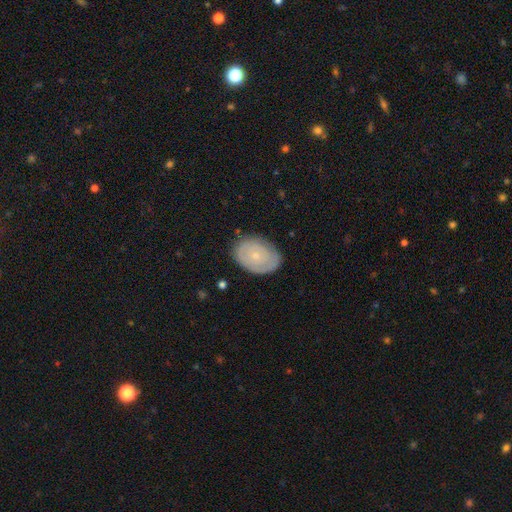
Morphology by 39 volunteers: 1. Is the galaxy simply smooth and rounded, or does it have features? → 69% featured or disk, 28% smooth, 3% star or artifact.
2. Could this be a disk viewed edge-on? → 96% no, 4% yes.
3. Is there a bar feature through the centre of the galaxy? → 85% no, 15% weak, 0% strong.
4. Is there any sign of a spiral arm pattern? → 62% yes, 38% no.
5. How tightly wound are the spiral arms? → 81% tight, 19% medium, 0% loose.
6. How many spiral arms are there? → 56% can't tell, 31% 2, 6% 1, 6% 3, 0% 4, 0% more than 4.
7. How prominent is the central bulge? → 73% small, 23% moderate, 4% none, 0% dominant, 0% large.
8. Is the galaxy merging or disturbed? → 92% none, 5% major disturbance, 3% minor disturbance, 0% merger.